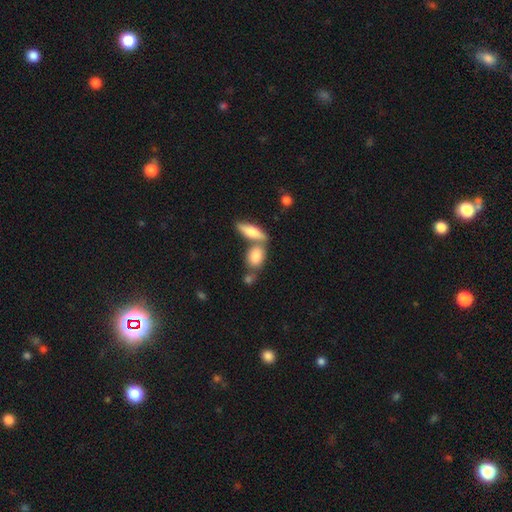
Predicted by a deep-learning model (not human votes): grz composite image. It shows a smooth galaxy with no disk features (80%) that is in between round and cigar-shaped (78%). Merging: none (46%).